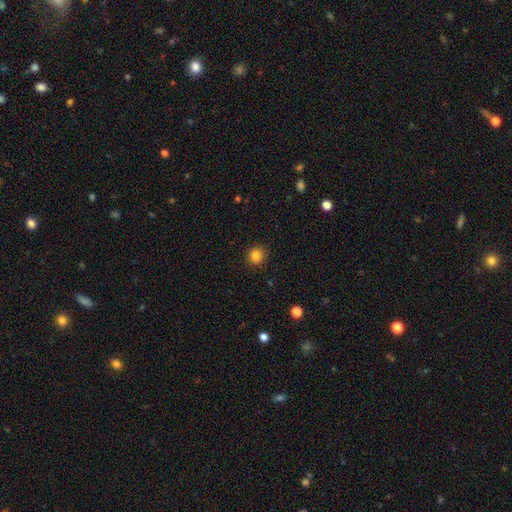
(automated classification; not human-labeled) smooth-or-featured: smooth: 83% | star or artifact: 12% | featured or disk: 5%
  how-rounded: round: 85% | in between: 14% | cigar-shaped: 1%
  merging: none: 90% | minor disturbance: 7% | major disturbance: 2% | merger: 1%